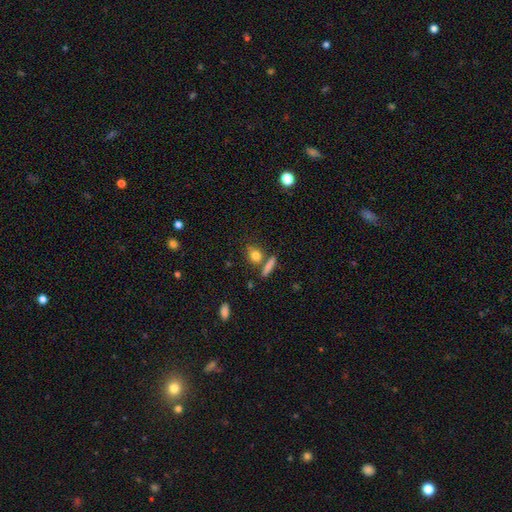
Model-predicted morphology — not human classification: Smooth or featured? Predicted: smooth (p=0.80). How rounded? Predicted: round (p=0.55). Merging? Predicted: none (p=0.67).